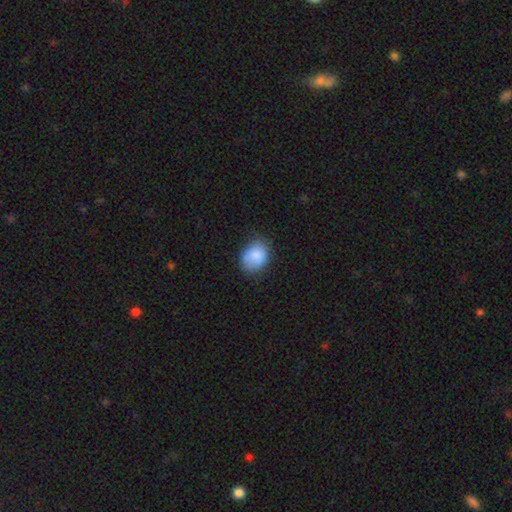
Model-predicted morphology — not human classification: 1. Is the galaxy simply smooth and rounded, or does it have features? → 86% smooth, 7% star or artifact, 7% featured or disk.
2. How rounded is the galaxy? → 60% in between, 39% round, 1% cigar-shaped.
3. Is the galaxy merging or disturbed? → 68% none, 25% minor disturbance, 6% major disturbance, 1% merger.